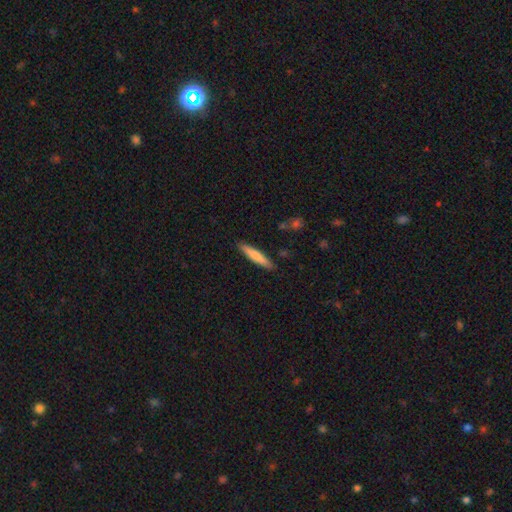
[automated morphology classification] smooth-or-featured: smooth: 72% | featured or disk: 23% | star or artifact: 5%
  how-rounded: cigar-shaped: 90% | in between: 9% | round: 1%
  merging: none: 89% | minor disturbance: 8% | major disturbance: 2% | merger: 1%